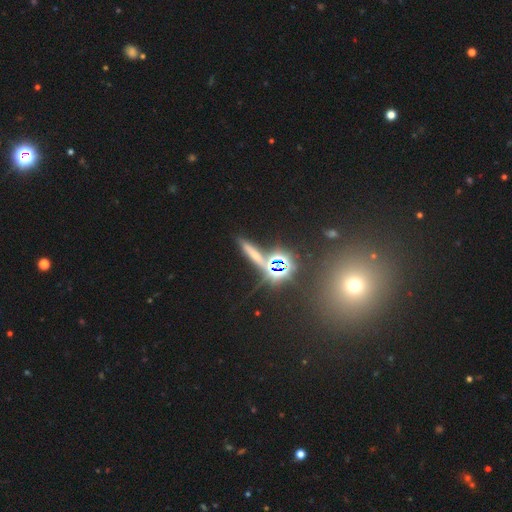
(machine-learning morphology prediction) The model was most divided on "smooth or featured": star or artifact: 45%, smooth: 34%, featured or disk: 21%.